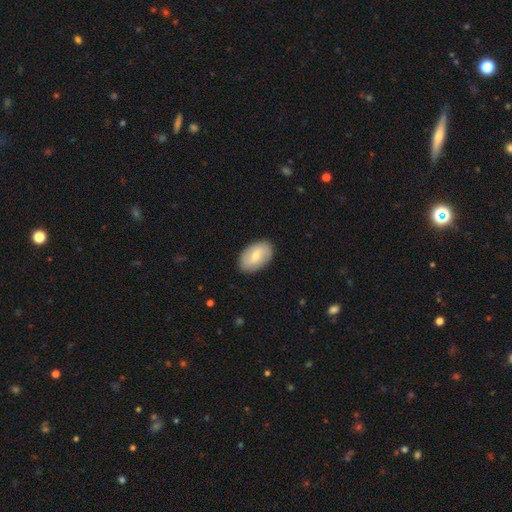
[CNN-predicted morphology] smooth_or_featured: smooth (p=0.61) [alt: featured or disk p=0.33]
how_rounded: in between (p=0.92) [alt: round p=0.07]
merging: none (p=0.87) [alt: minor disturbance p=0.10]